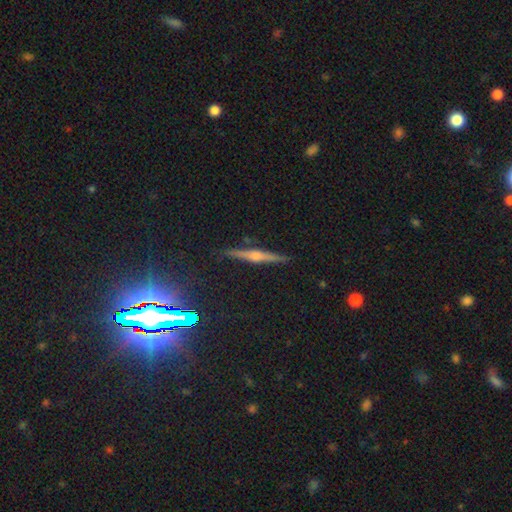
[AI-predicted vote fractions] smooth_or_featured: featured or disk (p=0.66) [alt: star or artifact p=0.20]
disk_edge_on: yes (p=0.96) [alt: no p=0.04]
edge_on_bulge: rounded (p=0.85) [alt: none p=0.08]
merging: none (p=0.88) [alt: minor disturbance p=0.08]